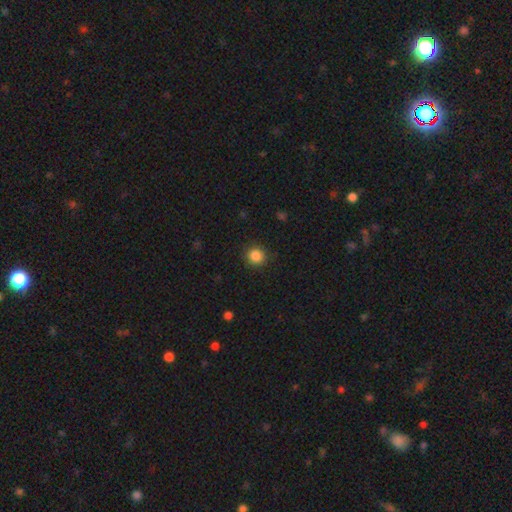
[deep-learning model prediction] smooth-or-featured: smooth: 86% | star or artifact: 11% | featured or disk: 3%
  how-rounded: round: 91% | in between: 8% | cigar-shaped: 1%
  merging: none: 90% | minor disturbance: 7% | major disturbance: 2% | merger: 1%